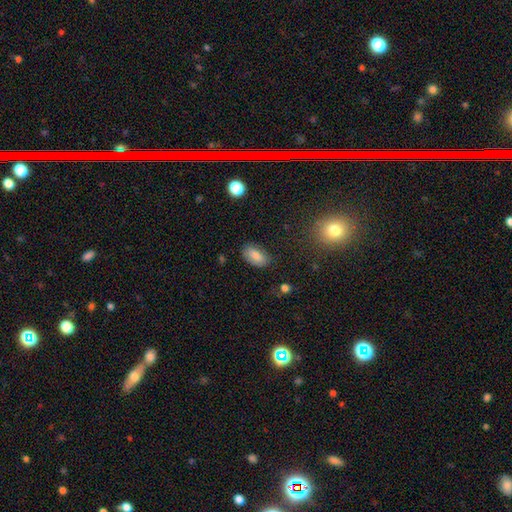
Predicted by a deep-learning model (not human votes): Smooth or featured? smooth (82%)
How rounded? in between (93%)
Merging? none (81%)